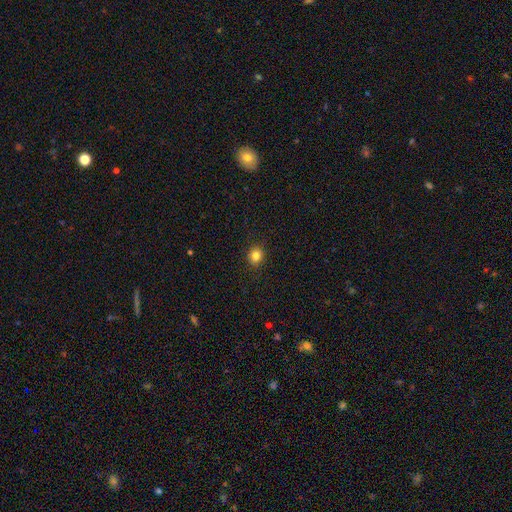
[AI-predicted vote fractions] A smooth galaxy with no disk features (82%) that is round (79%). Merging: none (91%).